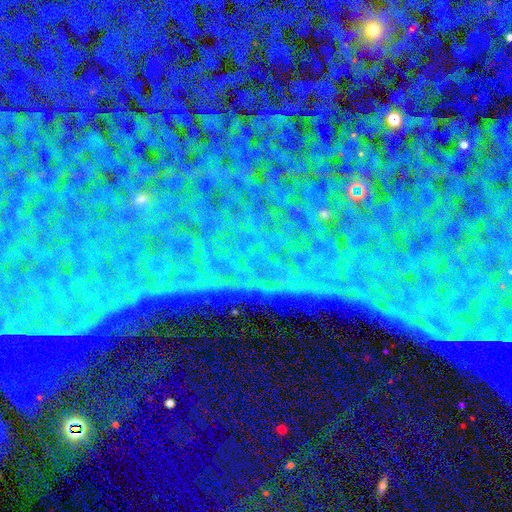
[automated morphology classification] This appears to be a star or artifact, not a galaxy (87%).